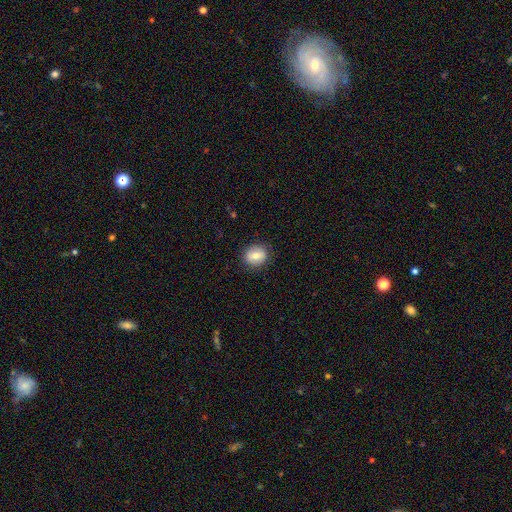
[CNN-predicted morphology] smooth 66%, featured or disk 26%, star or artifact 9%. Down the decision tree: how rounded — round (64%); merging — none (86%).